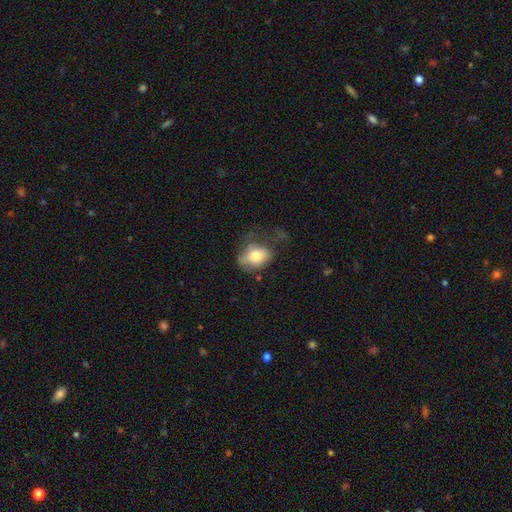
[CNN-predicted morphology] Q: Smooth or featured?
A: smooth (72%); runner-up: featured or disk (19%)
Q: How rounded?
A: in between (63%); runner-up: round (36%)
Q: Merging?
A: none (39%); runner-up: minor disturbance (31%)